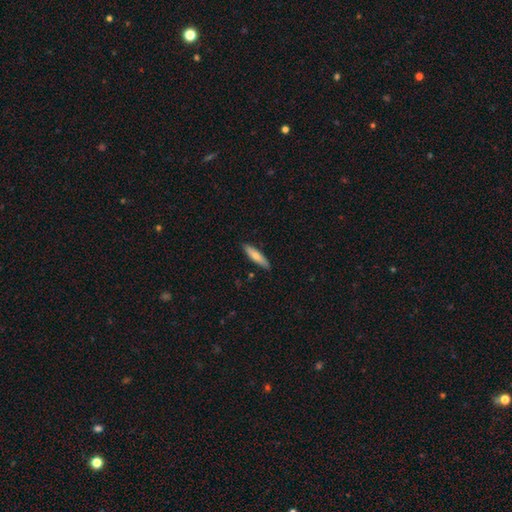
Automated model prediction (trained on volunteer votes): Smooth or featured?
  - smooth: 69% *
  - featured or disk: 26%
  - star or artifact: 6%
How rounded?
  - cigar-shaped: 77% *
  - in between: 21%
  - round: 2%
Merging?
  - none: 87% *
  - minor disturbance: 10%
  - major disturbance: 2%
  - merger: 1%